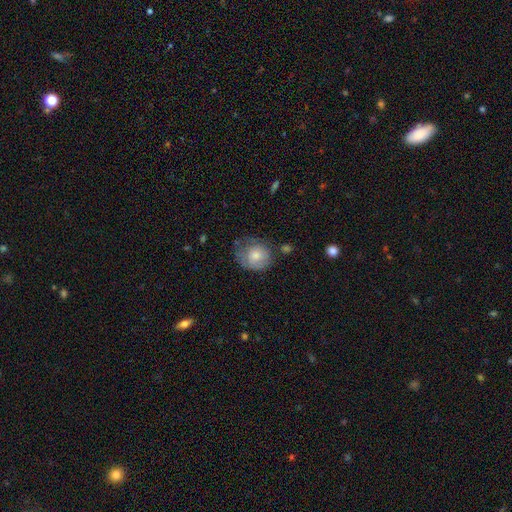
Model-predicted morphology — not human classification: This appears to be a smooth galaxy with no disk features (71%) that is round (71%). Merging: none (48%).